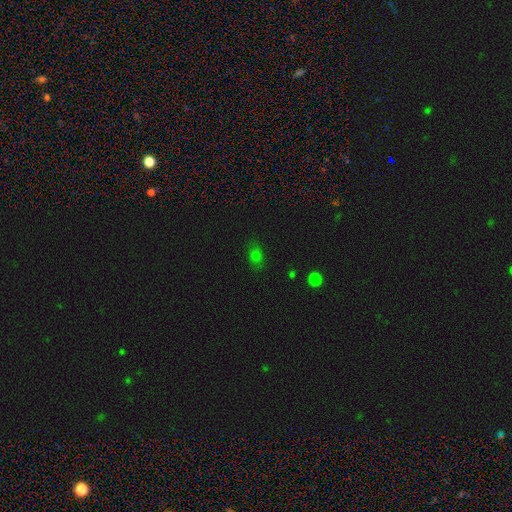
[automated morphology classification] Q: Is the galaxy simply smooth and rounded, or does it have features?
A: smooth — 70%.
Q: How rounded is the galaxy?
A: in between — 67%.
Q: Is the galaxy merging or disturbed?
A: none — 79%.